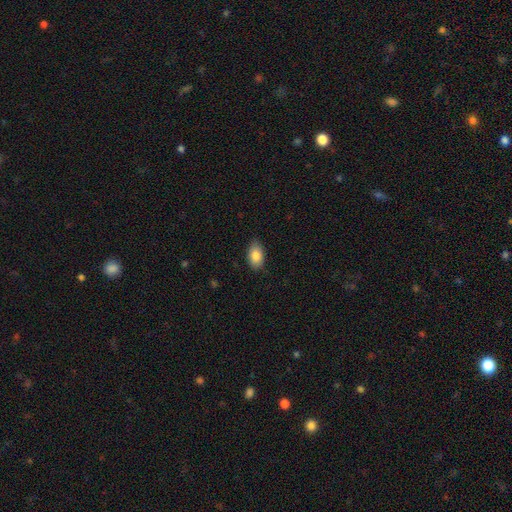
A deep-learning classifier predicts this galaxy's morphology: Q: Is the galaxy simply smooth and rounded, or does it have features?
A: smooth — 85%.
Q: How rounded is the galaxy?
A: in between — 92%.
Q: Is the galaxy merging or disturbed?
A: none — 85%.